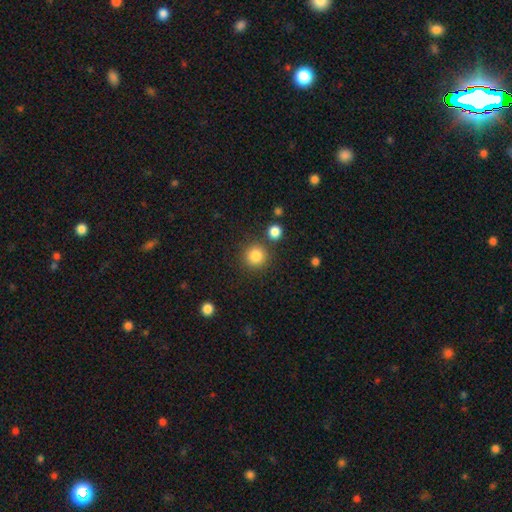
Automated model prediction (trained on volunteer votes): Smooth or featured? smooth (85%)
How rounded? round (93%)
Merging? none (85%)